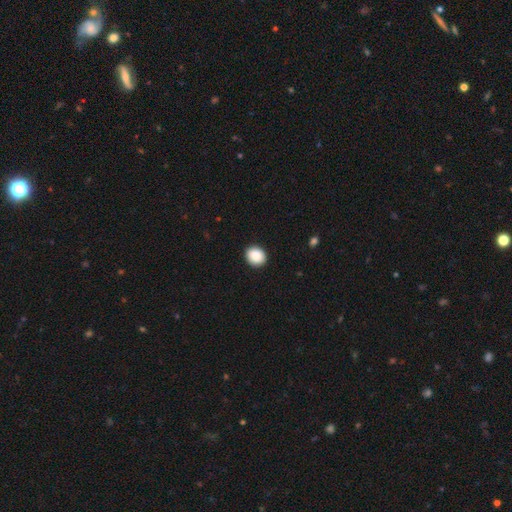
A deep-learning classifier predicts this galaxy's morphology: Smooth or featured: smooth — 89% (star or artifact — 8%)
How rounded: round — 67% (in between — 32%)
Merging: none — 91% (minor disturbance — 7%)